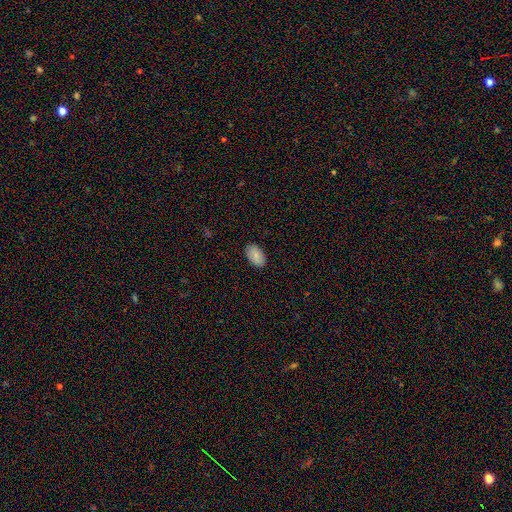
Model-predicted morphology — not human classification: smooth_or_featured: smooth (p=0.84) [alt: featured or disk p=0.09]
how_rounded: in between (p=0.92) [alt: round p=0.06]
merging: none (p=0.88) [alt: minor disturbance p=0.09]